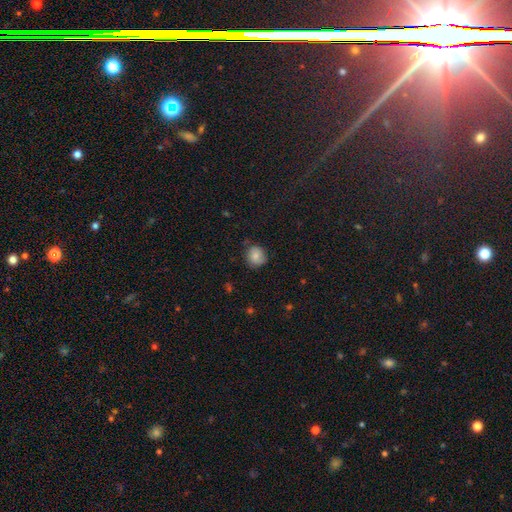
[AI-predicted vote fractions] This appears to be a smooth galaxy with no disk features (78%) that is round (82%). Merging: none (73%).